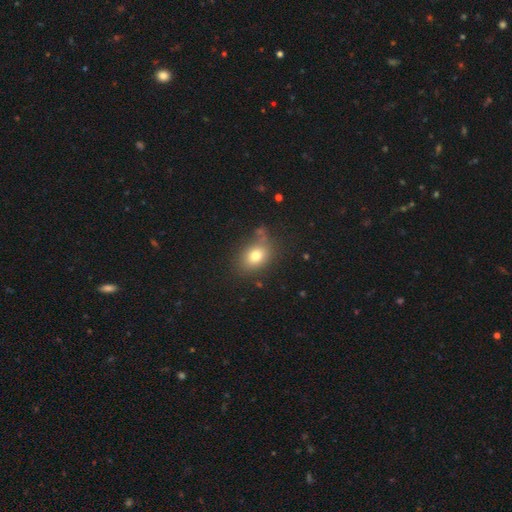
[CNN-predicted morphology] This appears to be a smooth galaxy with no disk features (77%) that is in between round and cigar-shaped (68%). Merging: none (72%).